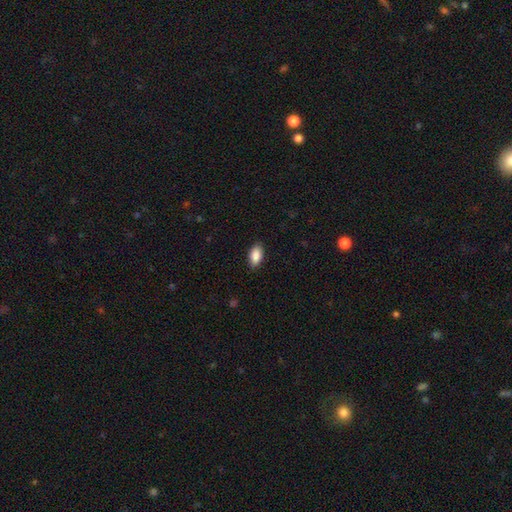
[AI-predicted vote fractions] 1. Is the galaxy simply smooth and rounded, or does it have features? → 89% smooth, 6% star or artifact, 4% featured or disk.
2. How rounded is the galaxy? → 94% in between, 3% round, 3% cigar-shaped.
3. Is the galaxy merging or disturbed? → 88% none, 9% minor disturbance, 2% major disturbance, 1% merger.